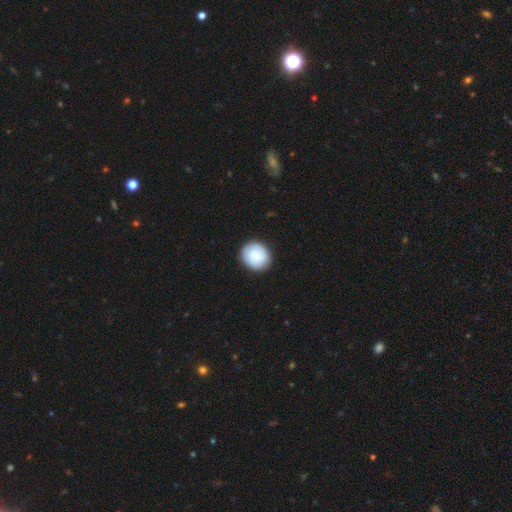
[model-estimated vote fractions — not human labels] Smooth or featured: smooth — 85% (featured or disk — 9%)
How rounded: round — 86% (in between — 13%)
Merging: none — 89% (minor disturbance — 8%)